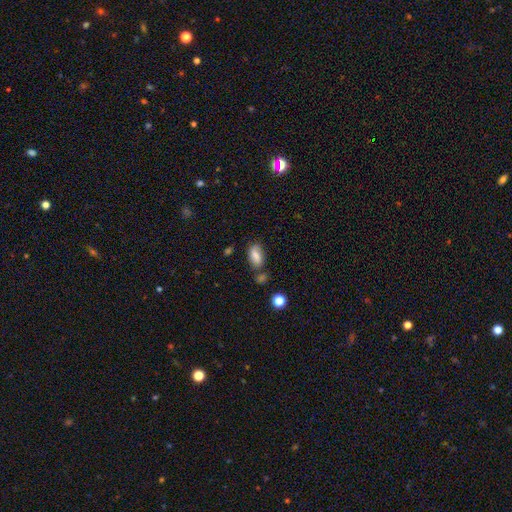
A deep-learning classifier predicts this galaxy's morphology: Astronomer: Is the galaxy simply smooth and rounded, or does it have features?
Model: smooth — 75%.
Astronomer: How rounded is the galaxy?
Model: in between — 87%.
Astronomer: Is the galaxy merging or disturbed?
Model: none — 63%.